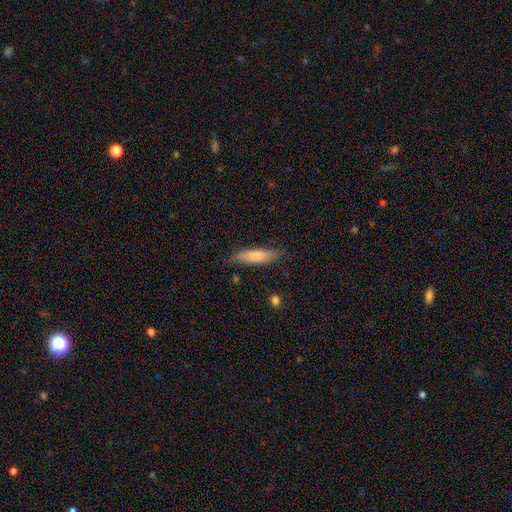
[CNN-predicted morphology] type=smooth (79%); roundness=cigar-shaped (67%); merging=none (77%).